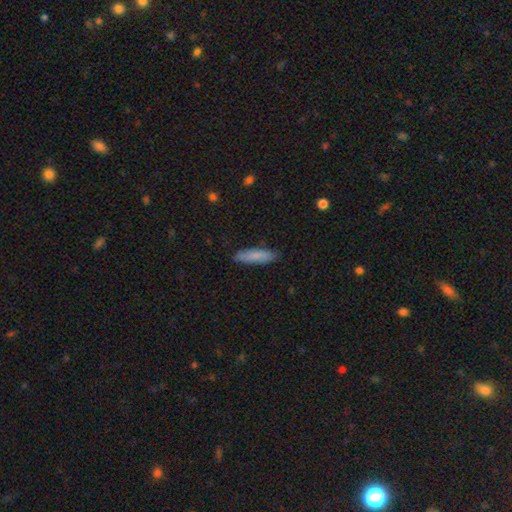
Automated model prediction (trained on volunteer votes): smooth_or_featured: smooth (p=0.82) [alt: featured or disk p=0.12]
how_rounded: cigar-shaped (p=0.73) [alt: in between p=0.25]
merging: none (p=0.87) [alt: minor disturbance p=0.10]